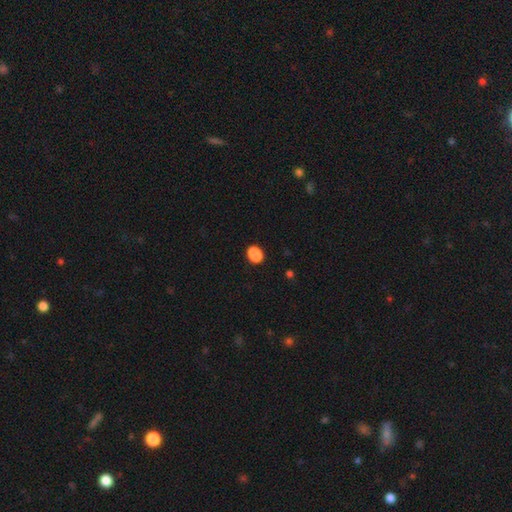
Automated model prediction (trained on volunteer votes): Smooth or featured?
  - smooth: 85% *
  - star or artifact: 10%
  - featured or disk: 5%
How rounded?
  - in between: 71% *
  - round: 27%
  - cigar-shaped: 1%
Merging?
  - none: 74% *
  - minor disturbance: 14%
  - merger: 9%
  - major disturbance: 4%